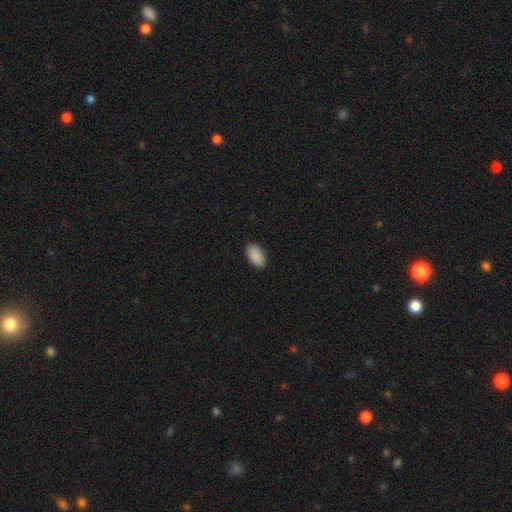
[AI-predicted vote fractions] Morphology: type=smooth (91%); roundness=in between (94%); merging=none (88%).